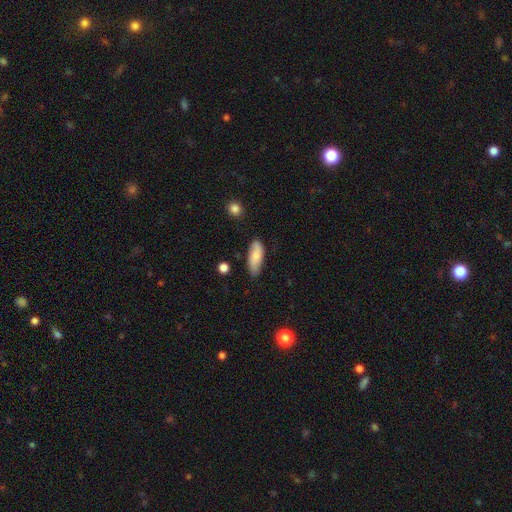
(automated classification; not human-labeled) Q: Smooth or featured?
A: smooth (76%); runner-up: featured or disk (18%)
Q: How rounded?
A: in between (73%); runner-up: cigar-shaped (25%)
Q: Merging?
A: none (74%); runner-up: minor disturbance (21%)